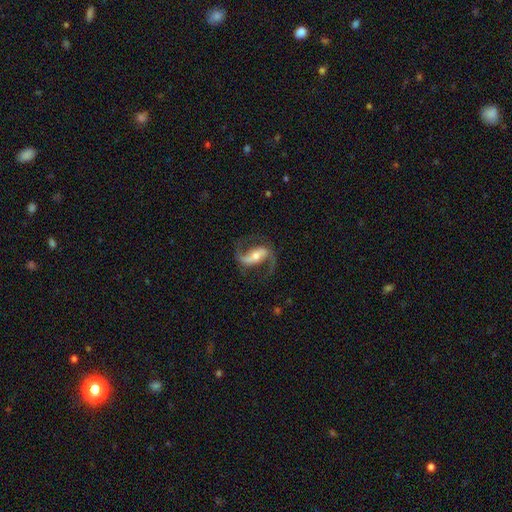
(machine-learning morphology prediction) smooth_or_featured: featured or disk (p=0.88) [alt: smooth p=0.07]
disk_edge_on: no (p=0.96) [alt: yes p=0.04]
bar: strong (p=0.49) [alt: weak p=0.33]
has_spiral_arms: yes (p=0.96) [alt: no p=0.04]
spiral_winding: medium (p=0.46) [alt: loose p=0.45]
spiral_arm_count: 2 (p=0.92) [alt: 1 p=0.03]
bulge_size: moderate (p=0.56) [alt: small p=0.32]
merging: none (p=0.76) [alt: minor disturbance p=0.13]